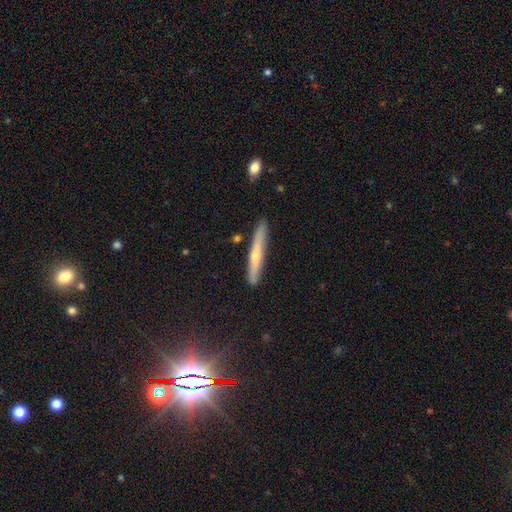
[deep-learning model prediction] Q: Smooth or featured?
A: featured or disk (50%); runner-up: smooth (43%)
Q: Edge-on disk?
A: yes (94%); runner-up: no (6%)
Q: Merging?
A: none (87%); runner-up: minor disturbance (10%)